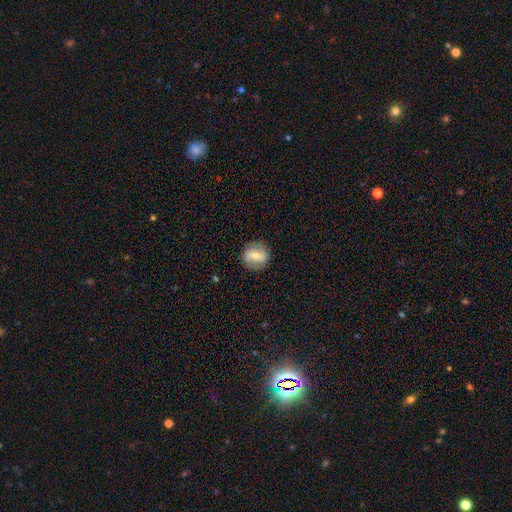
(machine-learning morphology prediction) Overall: smooth (54%; featured or disk 38%). How rounded: round (80%). Merging: none (84%).